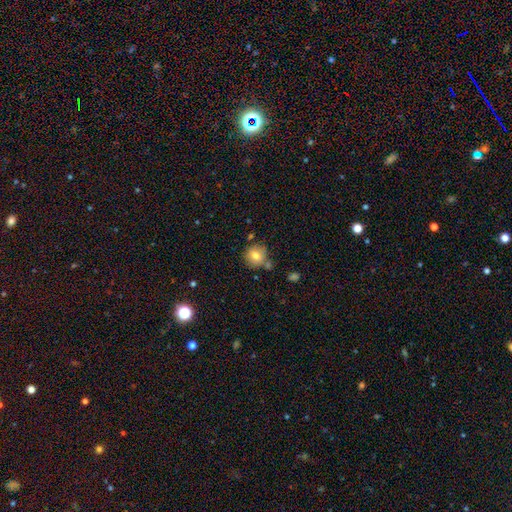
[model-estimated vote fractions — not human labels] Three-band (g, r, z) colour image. It shows a smooth galaxy with no disk features (77%) that is round (92%). Merging: none (73%).